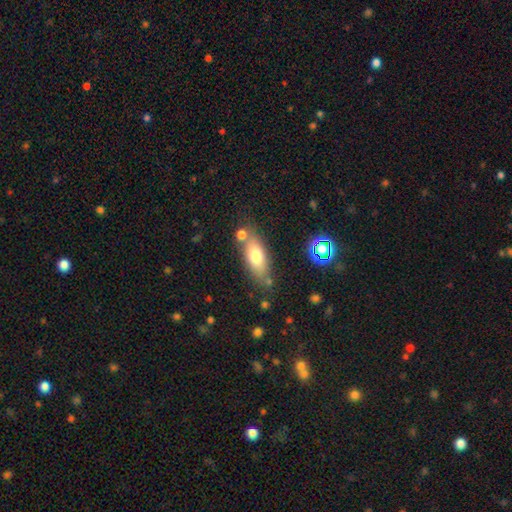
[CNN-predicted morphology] type=smooth (73%); roundness=in between (75%); merging=none (65%).